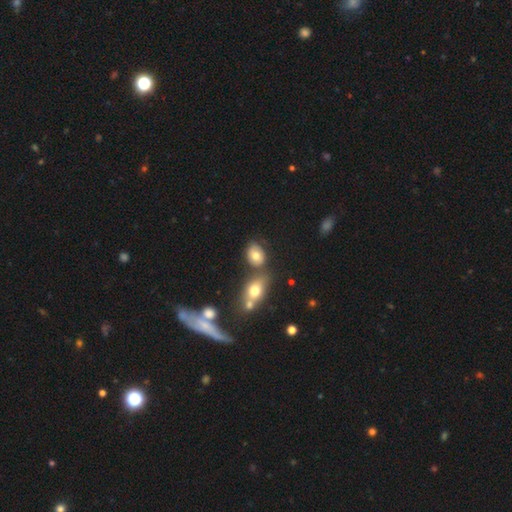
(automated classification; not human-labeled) Morphology: type=smooth (71%); roundness=in between (69%); merging=none (59%).